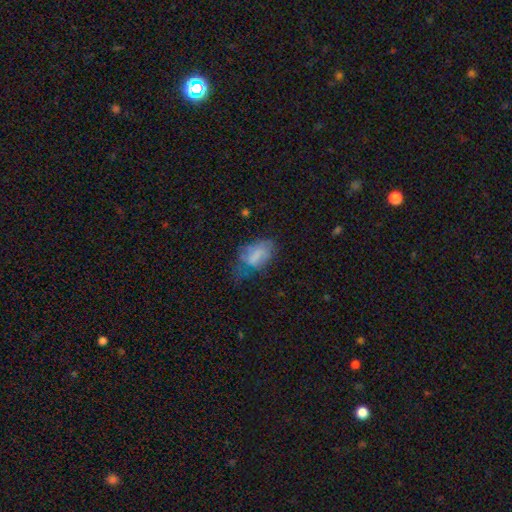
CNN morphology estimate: smooth 64%, featured or disk 26%, star or artifact 11%. Down the decision tree: how rounded — in between (89%); merging — minor disturbance (34%).